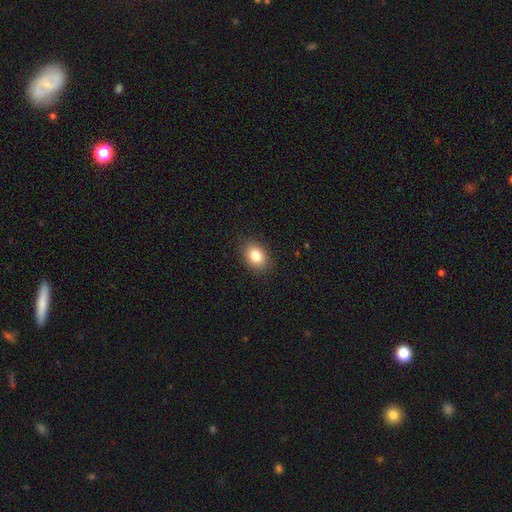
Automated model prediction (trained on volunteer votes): Overall: smooth (82%). How rounded: in between (70%). Merging: none (88%).